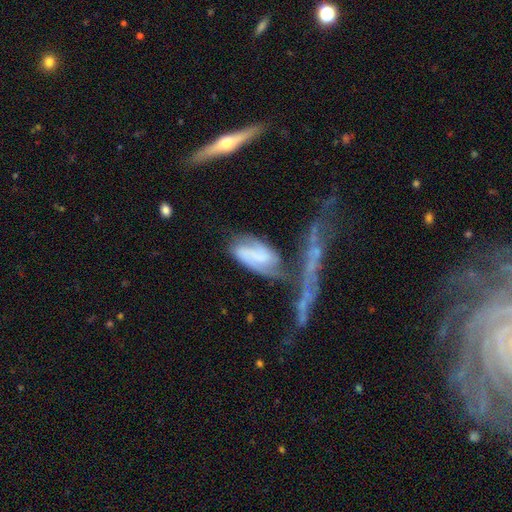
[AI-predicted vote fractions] Smooth or featured?
  - featured or disk: 59% *
  - smooth: 32%
  - star or artifact: 8%
Edge-on disk?
  - no: 93% *
  - yes: 7%
Bar?
  - no: 44% *
  - weak: 34%
  - strong: 22%
Spiral arms?
  - yes: 87% *
  - no: 13%
Bulge size?
  - none: 52% *
  - small: 23%
  - moderate: 14%
  - large: 7%
  - dominant: 3%
Merging?
  - none: 30% * (tied)
  - merger: 30% * (tied)
  - major disturbance: 22%
  - minor disturbance: 19%